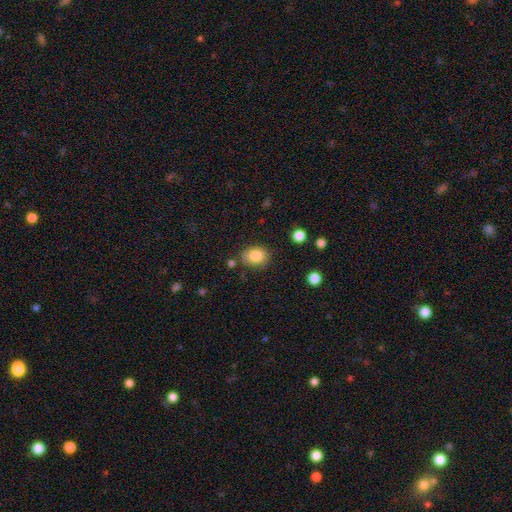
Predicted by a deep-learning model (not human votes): This appears to be a smooth galaxy with no disk features (85%) that is in between round and cigar-shaped (59%). Merging: none (76%).